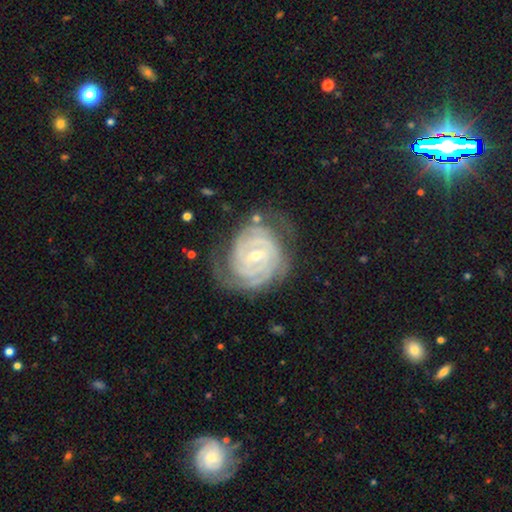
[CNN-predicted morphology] featured or disk 91%, star or artifact 5%, smooth 4%. Down the decision tree: edge-on disk — no (98%); bar — weak (45%); spiral arms — yes (98%); spiral arm count — 3 (26%); spiral winding — tight (83%); bulge size — small (58%); merging — none (71%).